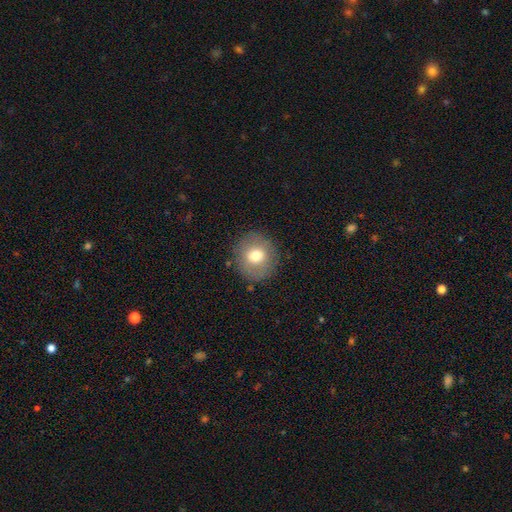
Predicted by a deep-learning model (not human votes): Smooth or featured?
  - smooth: 71% *
  - featured or disk: 19%
  - star or artifact: 10%
How rounded?
  - round: 89% *
  - in between: 10%
  - cigar-shaped: 1%
Merging?
  - none: 86% *
  - minor disturbance: 9%
  - major disturbance: 3%
  - merger: 1%